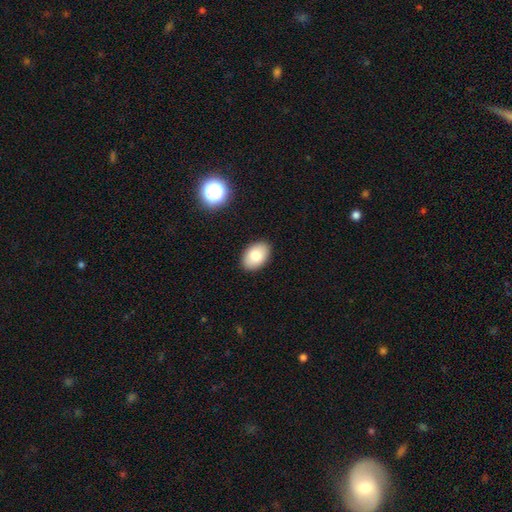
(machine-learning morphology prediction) This is clearly a smooth galaxy (82%). How rounded: clearly in between (89%). Merging: clearly none (89%).